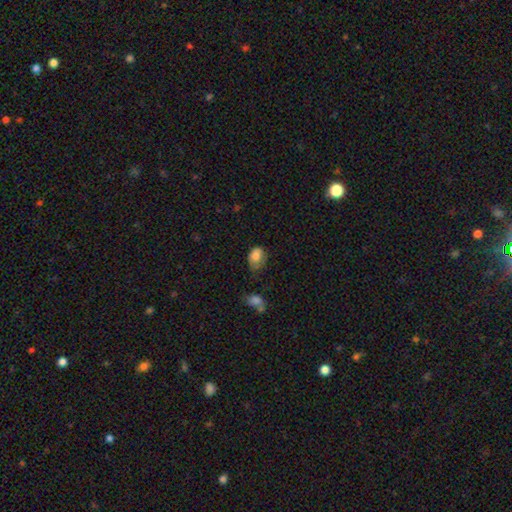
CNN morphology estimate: Smooth or featured?
  - smooth: 81% *
  - featured or disk: 10%
  - star or artifact: 9%
How rounded?
  - in between: 79% *
  - round: 20%
  - cigar-shaped: 1%
Merging?
  - none: 39% *
  - minor disturbance: 38%
  - major disturbance: 19%
  - merger: 3%